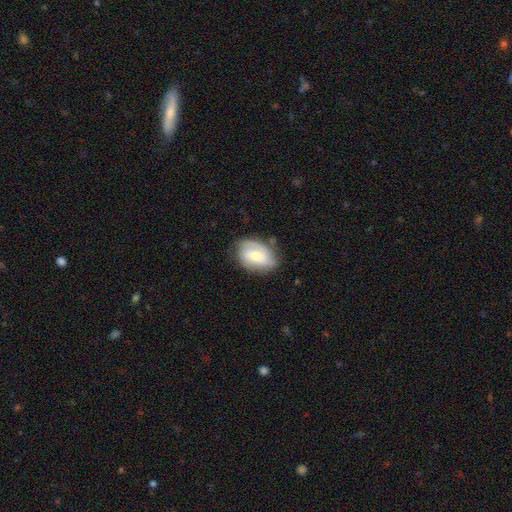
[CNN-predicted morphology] This is likely a featured or disk galaxy (64%). It is clearly not viewed edge-on (96%). Bar: possibly no (59%). Spiral arm pattern: clearly yes (87%). Spiral arm count: possibly 2 (47%). Spiral winding: marginally tight (43%). Central bulge: possibly moderate (56%). Merging: likely none (68%).